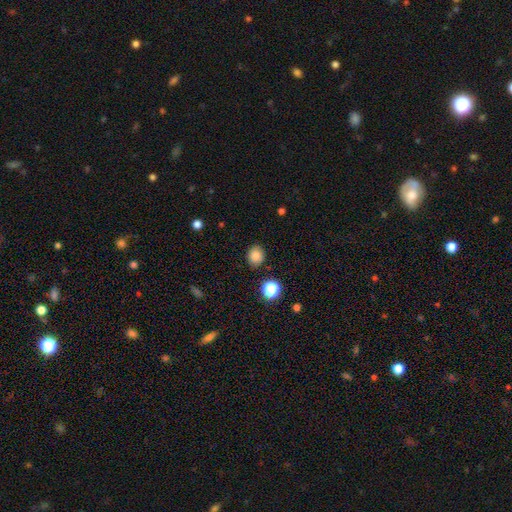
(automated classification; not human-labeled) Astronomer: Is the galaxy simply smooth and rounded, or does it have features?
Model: smooth — 83%.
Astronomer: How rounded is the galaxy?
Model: round — 66%.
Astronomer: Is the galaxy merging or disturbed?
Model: none — 85%.